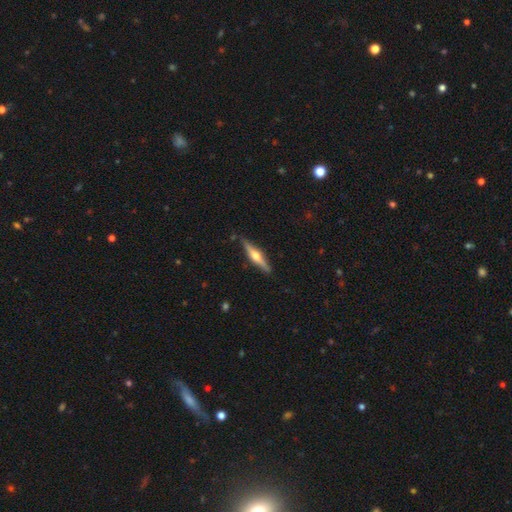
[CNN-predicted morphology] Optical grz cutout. It shows a featured or disk galaxy (70%) viewed edge-on (97%) with a rounded central bulge (93%). Merging: none (87%).